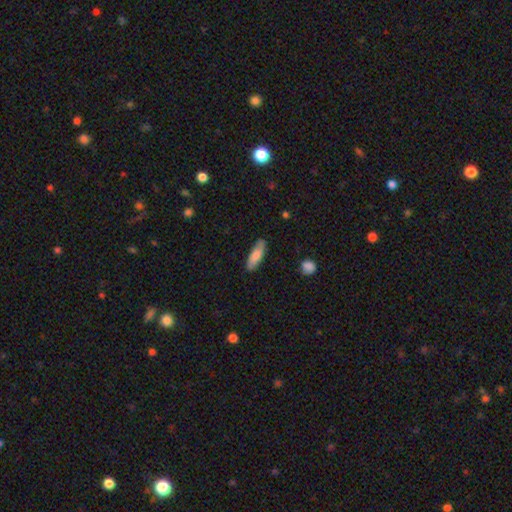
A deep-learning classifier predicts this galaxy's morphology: smooth_or_featured: smooth (p=0.79) [alt: featured or disk p=0.16]
how_rounded: in between (p=0.53) [alt: cigar-shaped p=0.45]
merging: none (p=0.82) [alt: minor disturbance p=0.14]